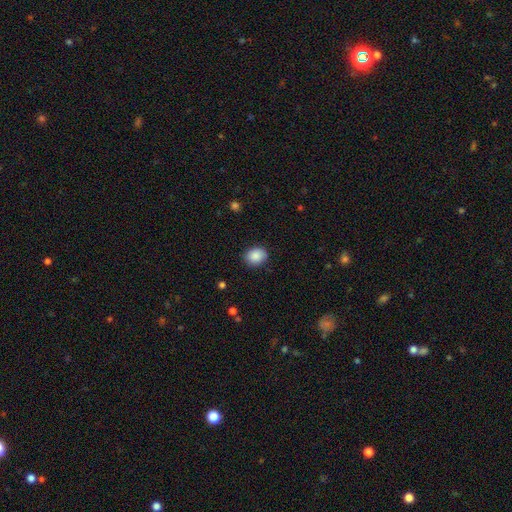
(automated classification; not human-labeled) smooth_or_featured: smooth (p=0.88) [alt: star or artifact p=0.08]
how_rounded: round (p=0.50) [alt: in between p=0.49]
merging: none (p=0.86) [alt: minor disturbance p=0.11]